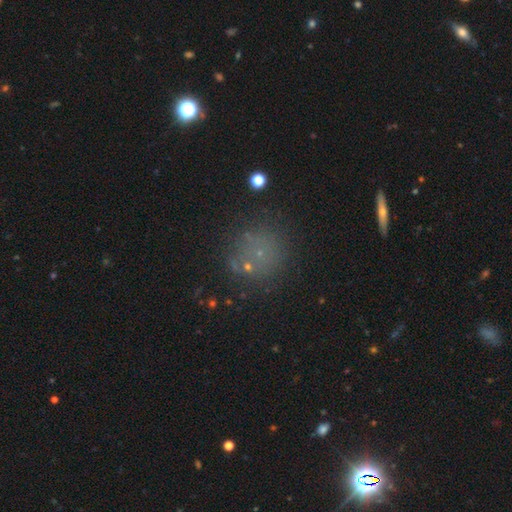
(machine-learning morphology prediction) type=smooth (52%); roundness=round (91%); merging=none (75%).